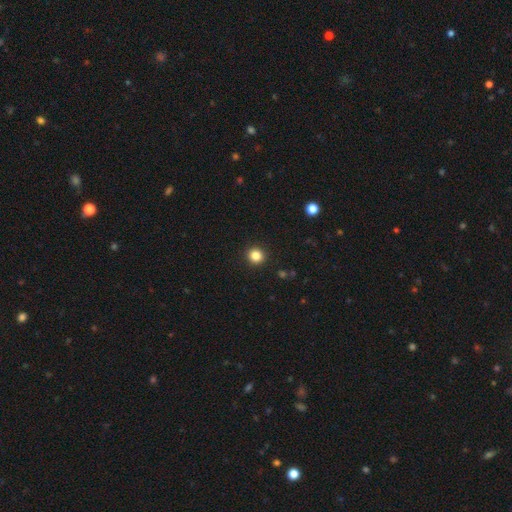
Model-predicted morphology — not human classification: smooth-or-featured: smooth: 84% | star or artifact: 12% | featured or disk: 4%
  how-rounded: round: 93% | in between: 6% | cigar-shaped: 1%
  merging: none: 93% | minor disturbance: 5% | major disturbance: 2% | merger: 1%